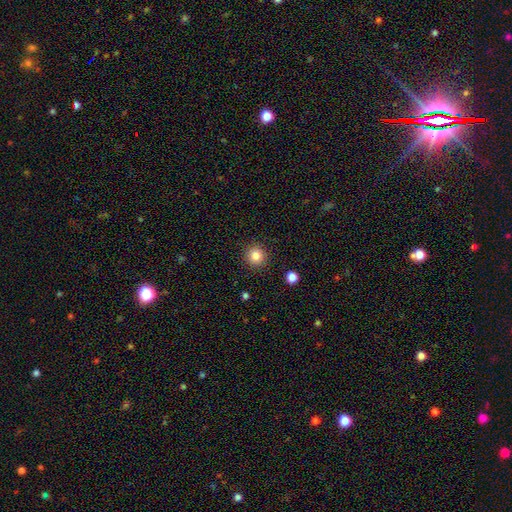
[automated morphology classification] This is clearly a smooth galaxy (84%). How rounded: clearly round (94%). Merging: clearly none (92%).